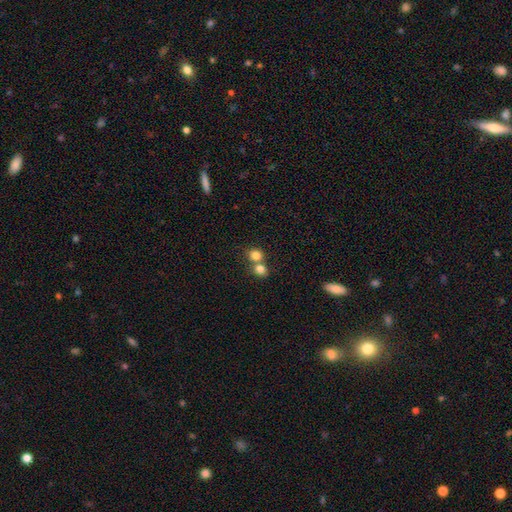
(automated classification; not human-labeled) Smooth or featured? Predicted: smooth (p=0.81). How rounded? Predicted: round (p=0.78). Merging? Predicted: merger (p=0.48).